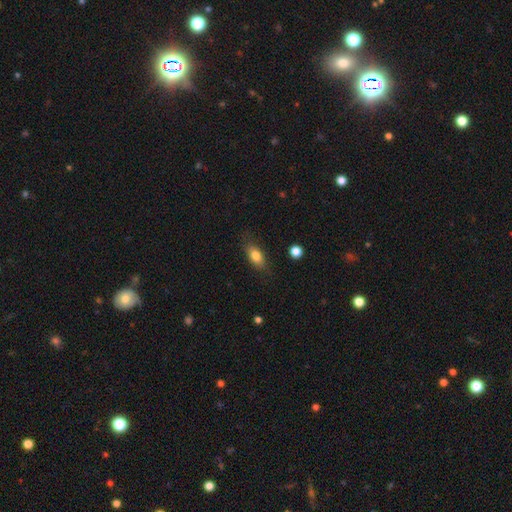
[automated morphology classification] Smooth or featured: smooth — 79% (featured or disk — 13%)
How rounded: in between — 83% (cigar-shaped — 12%)
Merging: none — 78% (minor disturbance — 16%)